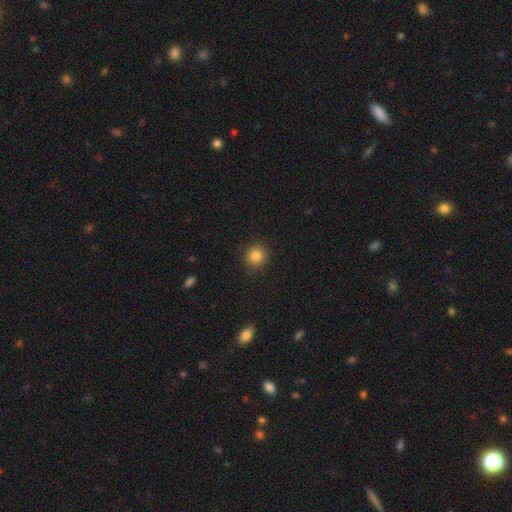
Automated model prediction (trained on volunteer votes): This appears to be a smooth galaxy with no disk features (84%) that is round (91%). Merging: none (89%).